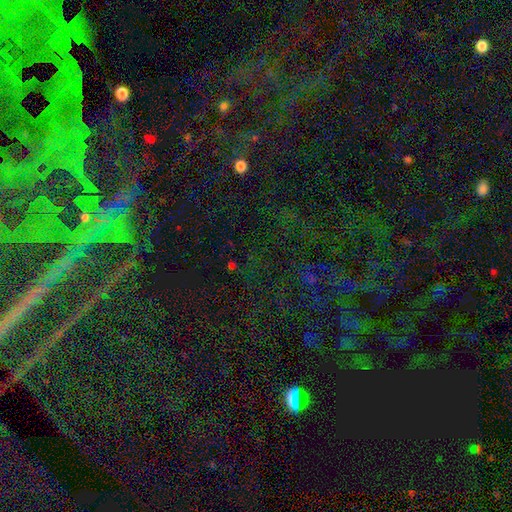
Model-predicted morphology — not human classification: type=star or artifact (76%).